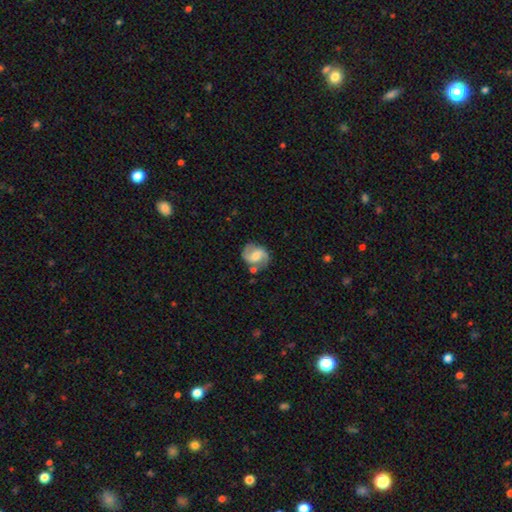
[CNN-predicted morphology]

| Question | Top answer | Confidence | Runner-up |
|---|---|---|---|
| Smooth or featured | featured or disk | 72% | smooth (21%) |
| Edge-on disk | no | 98% | yes (2%) |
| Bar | weak | 49% | no (30%) |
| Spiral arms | yes | 93% | no (7%) |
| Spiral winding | medium | 49% | loose (33%) |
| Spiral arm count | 2 | 90% | can't tell (4%) |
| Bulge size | moderate | 43% | small (30%) |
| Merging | none | 70% | minor disturbance (17%) |